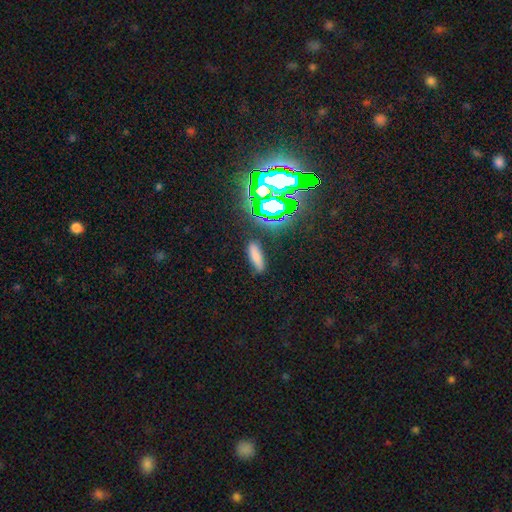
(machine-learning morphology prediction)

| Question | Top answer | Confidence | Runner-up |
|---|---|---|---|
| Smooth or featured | smooth | 70% | star or artifact (22%) |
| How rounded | cigar-shaped | 49% | in between (47%) |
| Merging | none | 87% | minor disturbance (8%) |